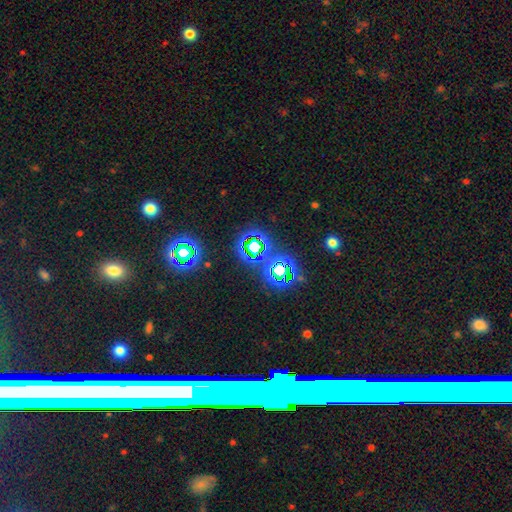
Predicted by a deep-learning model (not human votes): A star or artifact, not a galaxy (50%).

Vote fractions:
- Smooth or featured? star or artifact: 50% / smooth: 32% / featured or disk: 18%